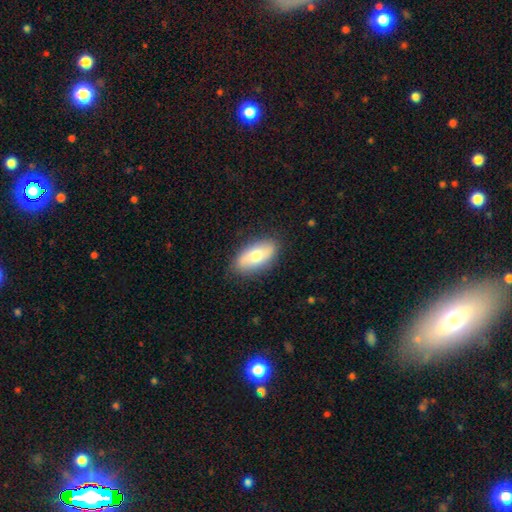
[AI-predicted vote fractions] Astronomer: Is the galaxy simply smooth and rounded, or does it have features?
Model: smooth — 68%.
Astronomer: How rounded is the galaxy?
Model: in between — 89%.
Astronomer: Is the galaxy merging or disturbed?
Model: none — 85%.